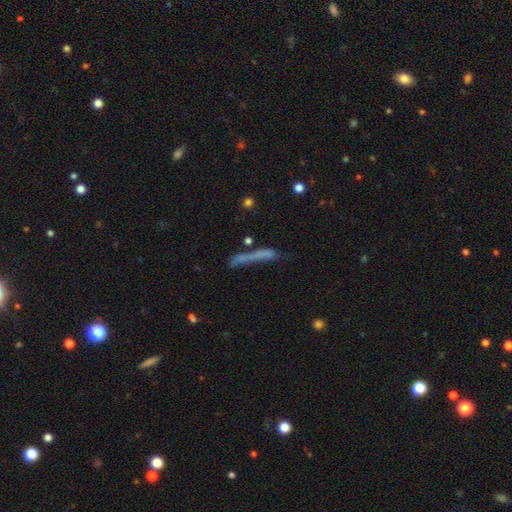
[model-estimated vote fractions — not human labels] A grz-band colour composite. It shows a smooth galaxy with no disk features (56%) that is cigar-shaped (92%). Merging: none (62%).